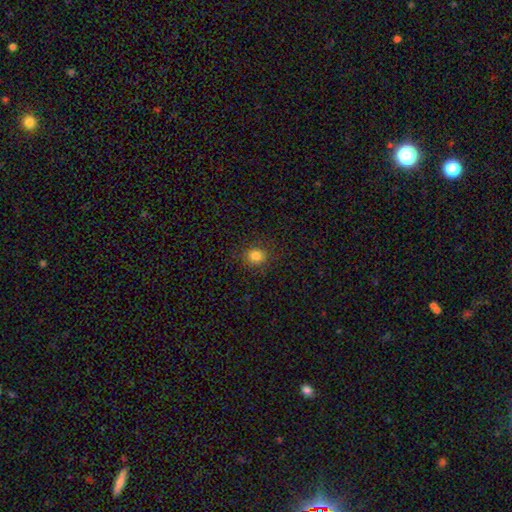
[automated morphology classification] Smooth or featured? smooth (83%)
How rounded? round (81%)
Merging? none (88%)